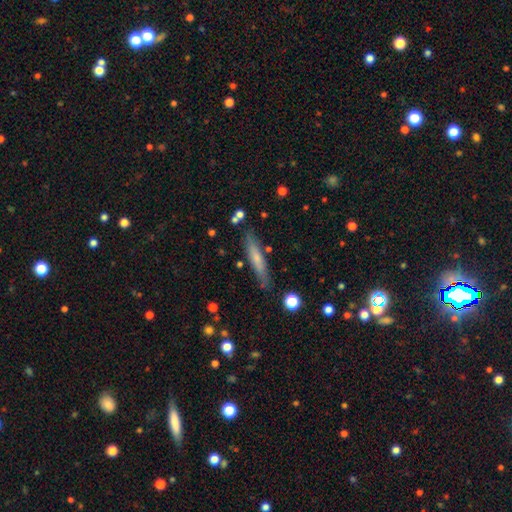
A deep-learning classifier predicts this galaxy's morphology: Overall: smooth (56%; featured or disk 36%). How rounded: cigar-shaped (90%). Merging: none (83%).